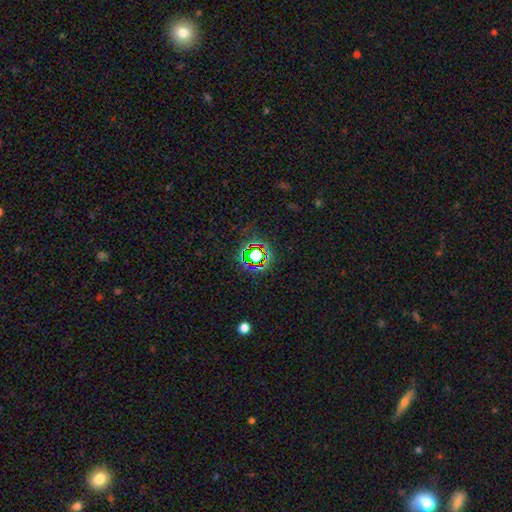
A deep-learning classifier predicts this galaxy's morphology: smooth-or-featured: star or artifact: 70% | smooth: 19% | featured or disk: 11%